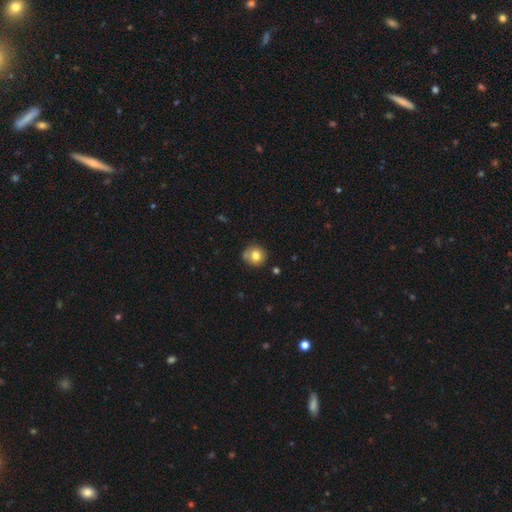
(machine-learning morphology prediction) smooth 78%, featured or disk 12%, star or artifact 10%. Down the decision tree: how rounded — round (87%); merging — none (70%).